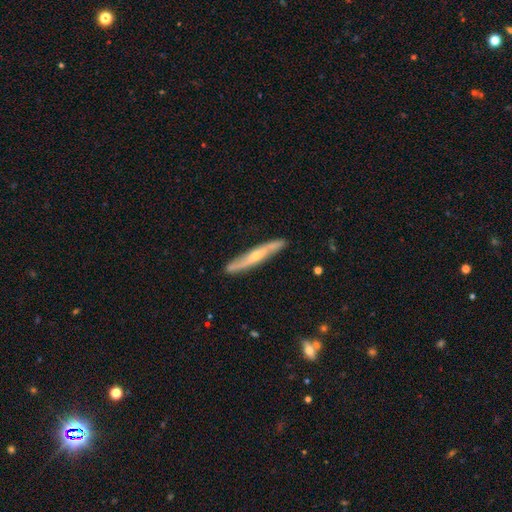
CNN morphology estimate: This is likely a featured or disk galaxy (70%). It is likely viewed edge-on (77%). Edge-on bulge: likely rounded (78%). Merging: clearly none (86%).